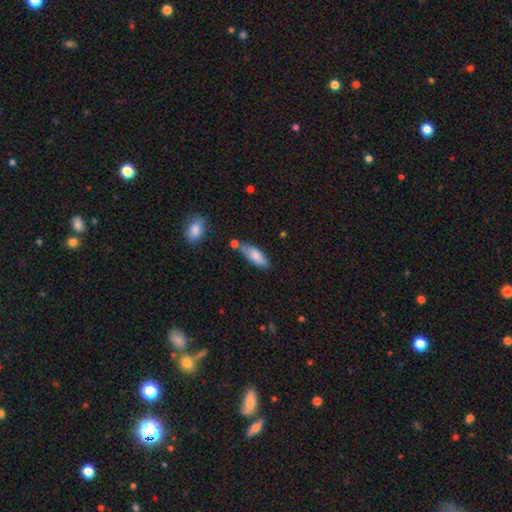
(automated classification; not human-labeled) smooth_or_featured: smooth (p=0.79) [alt: featured or disk p=0.14]
how_rounded: in between (p=0.66) [alt: cigar-shaped p=0.32]
merging: none (p=0.59) [alt: minor disturbance p=0.22]